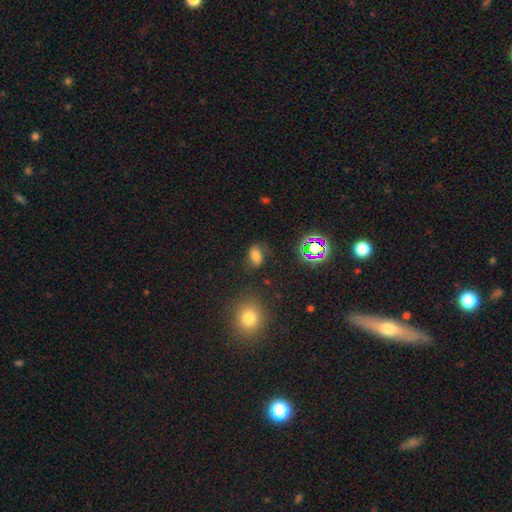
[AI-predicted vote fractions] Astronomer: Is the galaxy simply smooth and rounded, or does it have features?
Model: smooth — 65%.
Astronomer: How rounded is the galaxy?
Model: in between — 79%.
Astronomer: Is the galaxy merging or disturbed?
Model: none — 73%.